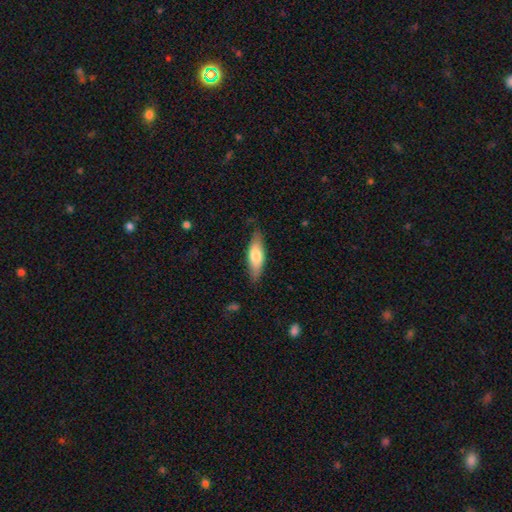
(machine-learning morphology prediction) Q: Smooth or featured?
A: smooth (69%); runner-up: featured or disk (26%)
Q: How rounded?
A: in between (55%); runner-up: cigar-shaped (43%)
Q: Merging?
A: none (81%); runner-up: minor disturbance (15%)